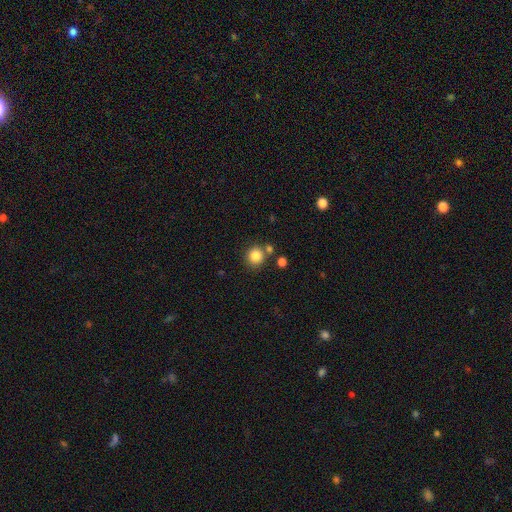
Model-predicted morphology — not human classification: This is clearly a smooth galaxy (84%). How rounded: clearly round (90%). Merging: likely none (76%).